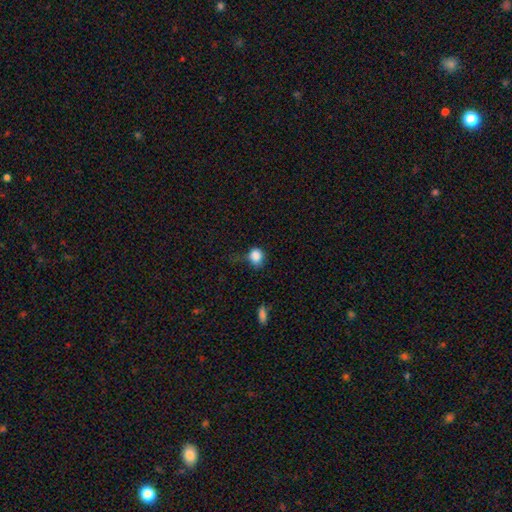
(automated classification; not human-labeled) smooth_or_featured: smooth (p=0.86) [alt: star or artifact p=0.10]
how_rounded: round (p=0.74) [alt: in between p=0.24]
merging: none (p=0.52) [alt: minor disturbance p=0.32]